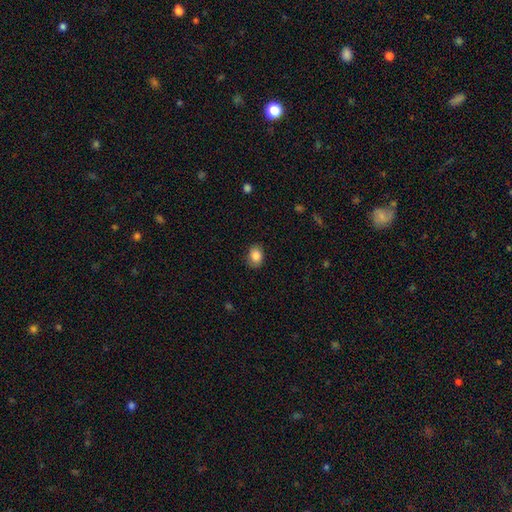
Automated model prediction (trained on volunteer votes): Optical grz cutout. It shows a smooth galaxy with no disk features (86%) that is in between round and cigar-shaped (61%). Merging: none (86%).